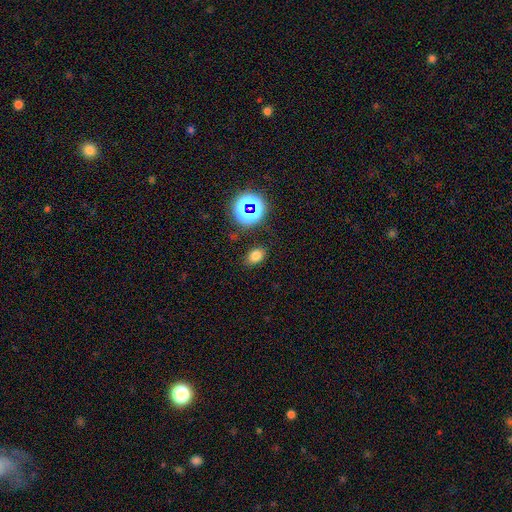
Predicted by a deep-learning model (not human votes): Smooth or featured: smooth — 74% (star or artifact — 19%)
How rounded: in between — 75% (round — 24%)
Merging: none — 84% (minor disturbance — 11%)